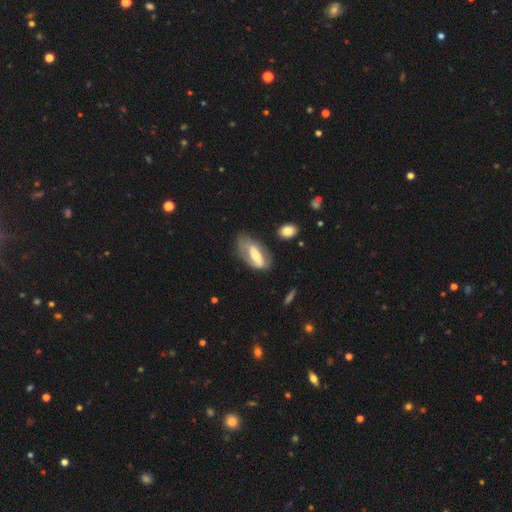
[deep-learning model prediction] smooth_or_featured: featured or disk (p=0.54) [alt: smooth p=0.39]
disk_edge_on: no (p=0.80) [alt: yes p=0.20]
merging: none (p=0.51) [alt: minor disturbance p=0.27]